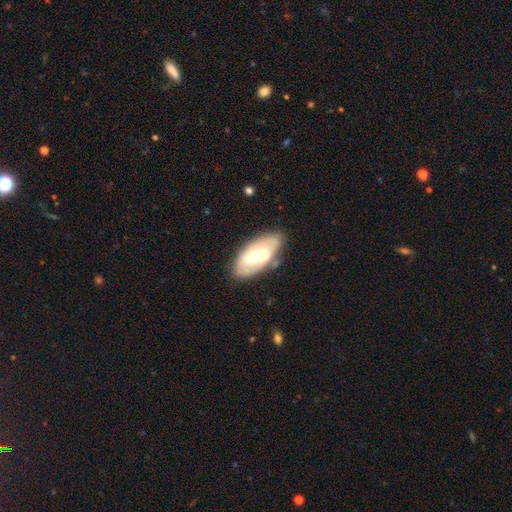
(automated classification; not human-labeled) Overall: featured or disk (48%; smooth 45%). Merging: none (61%).